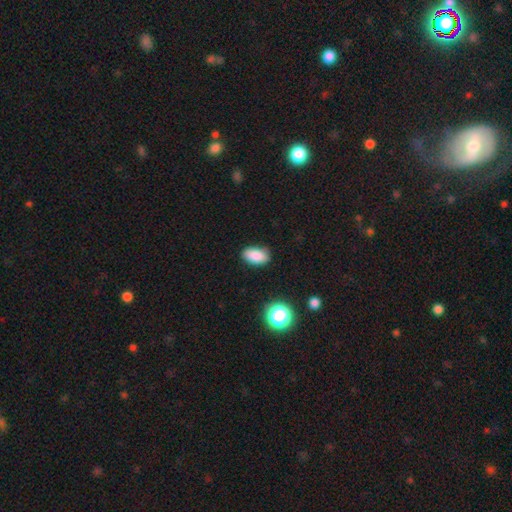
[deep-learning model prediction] A smooth galaxy with no disk features (85%) that is in between round and cigar-shaped (92%).

Vote fractions:
- Smooth or featured? smooth: 85% / star or artifact: 9% / featured or disk: 5%
- How rounded? in between: 92% / round: 6% / cigar-shaped: 2%
- Merging? none: 81% / minor disturbance: 15% / major disturbance: 3% / merger: 2%